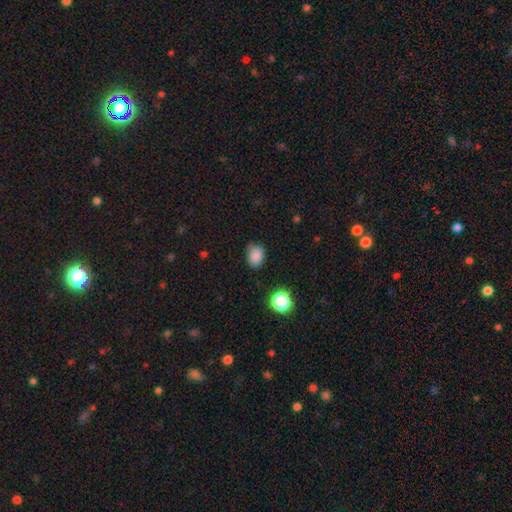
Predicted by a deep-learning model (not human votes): The model was most divided on "how rounded": in between: 63%, round: 37%, cigar-shaped: 1%. More confident: smooth or featured — smooth (85%); merging — none (74%).